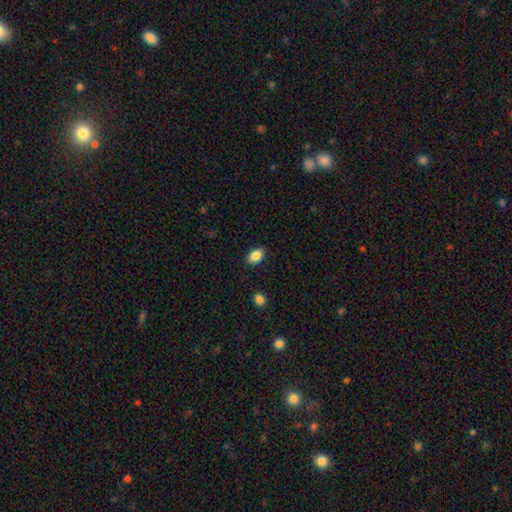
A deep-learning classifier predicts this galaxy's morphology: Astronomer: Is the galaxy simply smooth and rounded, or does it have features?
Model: smooth — 87%.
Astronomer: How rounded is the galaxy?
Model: in between — 89%.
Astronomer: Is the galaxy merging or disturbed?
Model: none — 88%.